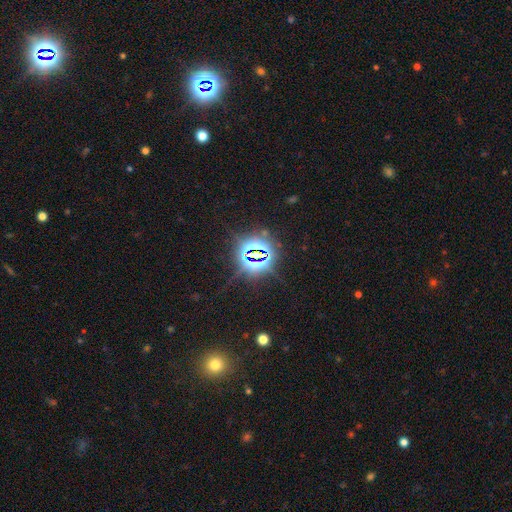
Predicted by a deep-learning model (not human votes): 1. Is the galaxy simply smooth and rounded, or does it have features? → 84% star or artifact, 9% smooth, 7% featured or disk.